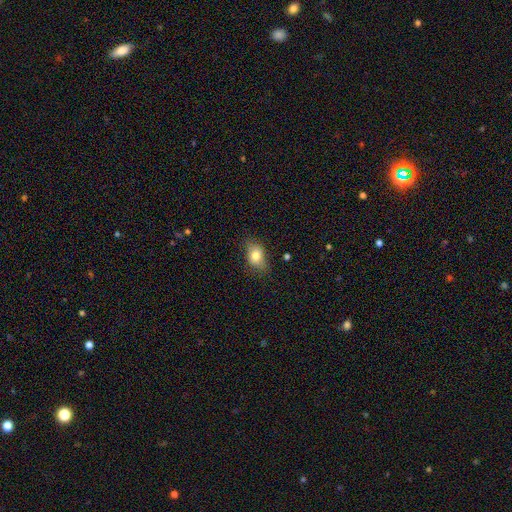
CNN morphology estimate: type=smooth (78%); roundness=in between (74%); merging=none (71%).